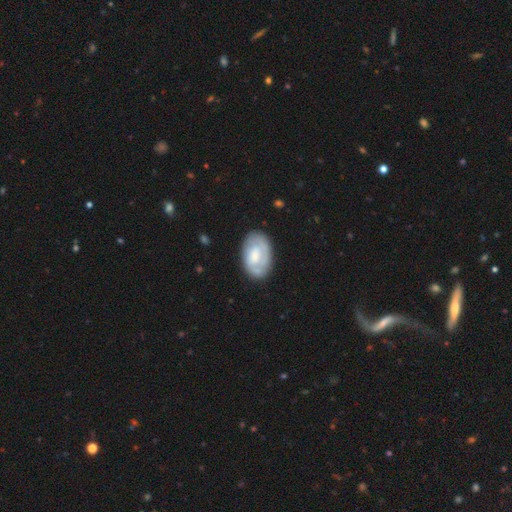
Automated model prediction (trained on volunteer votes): featured or disk 53%, smooth 41%, star or artifact 5%. Down the decision tree: edge-on disk — no (96%); bar — no (64%); spiral arms — yes (68%); bulge size — moderate (41%); merging — none (73%).